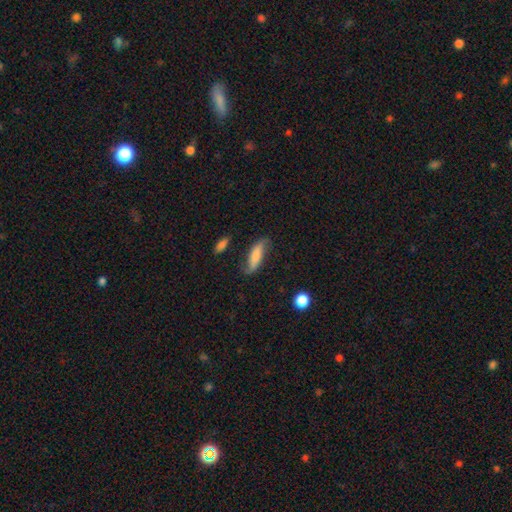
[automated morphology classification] Q: Smooth or featured?
A: smooth (52%); runner-up: featured or disk (40%)
Q: How rounded?
A: cigar-shaped (51%); runner-up: in between (46%)
Q: Merging?
A: none (67%); runner-up: minor disturbance (22%)